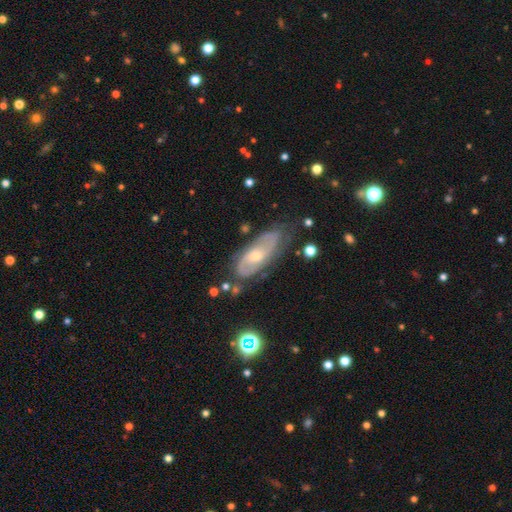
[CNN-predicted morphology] This appears to be a featured or disk galaxy (78%) with no bar (62%), 2 (56%) tight (50%) spiral arms (90%) and a moderate central bulge (50%). Merging: none (68%).